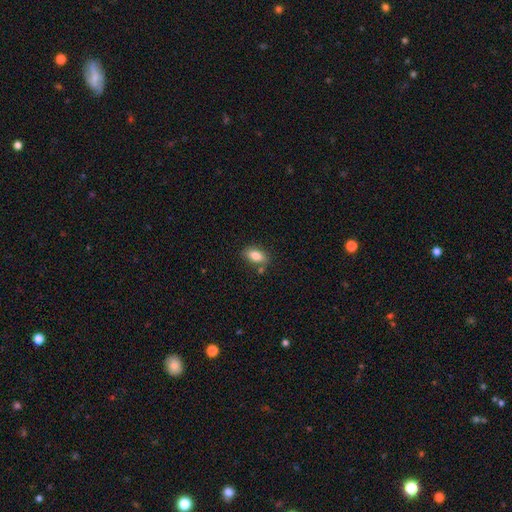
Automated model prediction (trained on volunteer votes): A smooth galaxy with no disk features (82%) that is in between round and cigar-shaped (89%).

Vote fractions:
- Smooth or featured? smooth: 82% / featured or disk: 10% / star or artifact: 8%
- How rounded? in between: 89% / round: 7% / cigar-shaped: 5%
- Merging? none: 75% / minor disturbance: 15% / merger: 7% / major disturbance: 3%